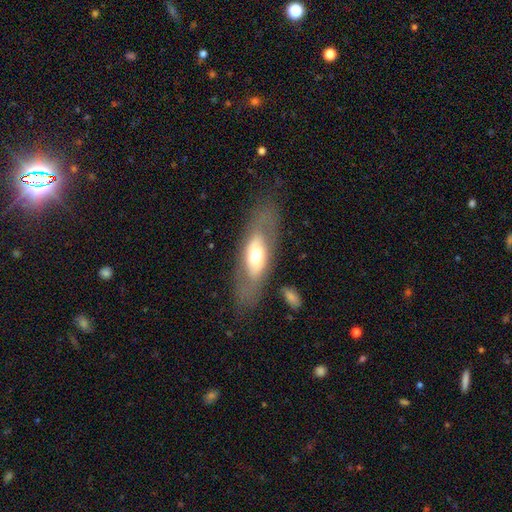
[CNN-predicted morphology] featured or disk 49%, smooth 44%, star or artifact 7%. Down the decision tree: merging — none (72%).